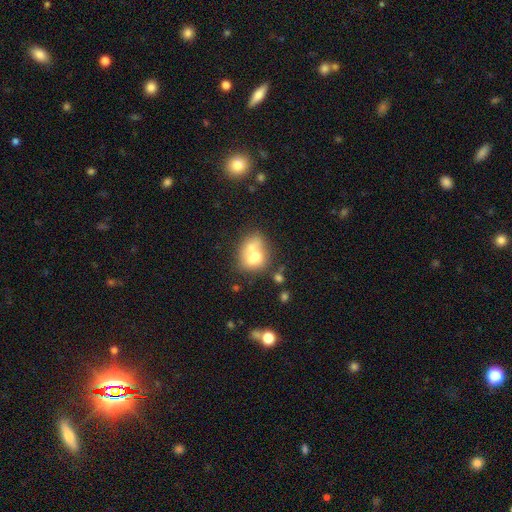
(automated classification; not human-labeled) Smooth or featured?
  - smooth: 56% *
  - featured or disk: 33%
  - star or artifact: 11%
How rounded?
  - round: 51% *
  - in between: 48%
  - cigar-shaped: 1%
Merging?
  - merger: 63% *
  - none: 23%
  - minor disturbance: 9%
  - major disturbance: 6%